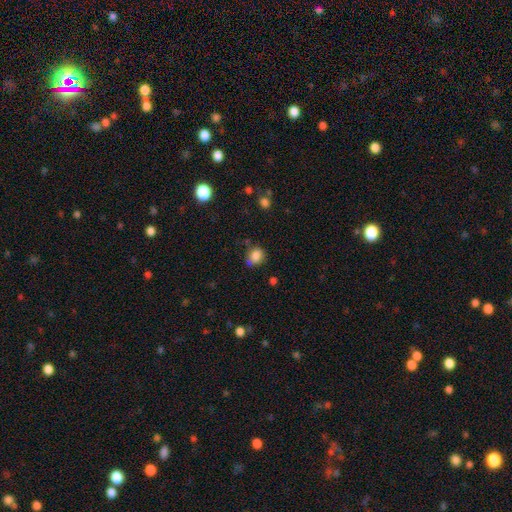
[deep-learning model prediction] smooth-or-featured: smooth: 81% | star or artifact: 11% | featured or disk: 8%
  how-rounded: round: 51% | in between: 48% | cigar-shaped: 1%
  merging: none: 51% | minor disturbance: 32% | major disturbance: 10% | merger: 7%